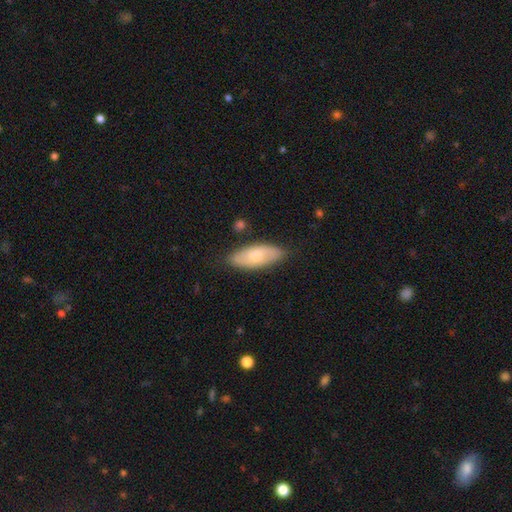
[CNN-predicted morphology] This appears to be a smooth galaxy with no disk features (65%) that is in between round and cigar-shaped (82%). Merging: none (82%).